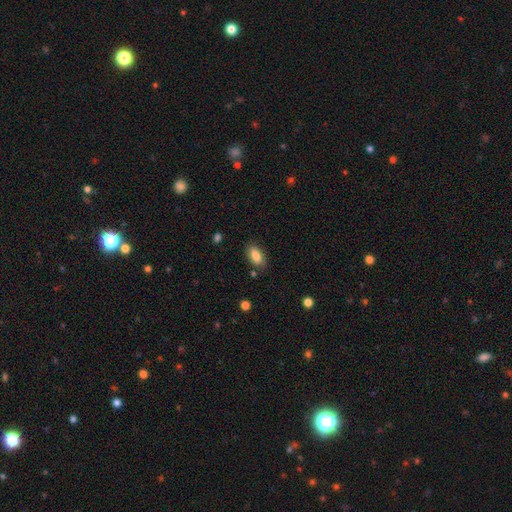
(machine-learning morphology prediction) smooth_or_featured: smooth (p=0.83) [alt: featured or disk p=0.09]
how_rounded: in between (p=0.90) [alt: cigar-shaped p=0.05]
merging: none (p=0.84) [alt: minor disturbance p=0.11]